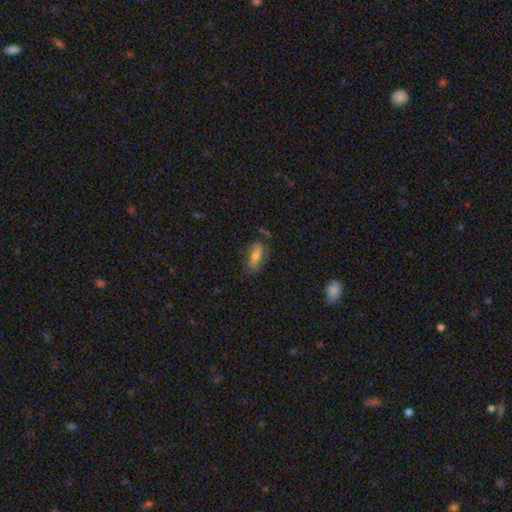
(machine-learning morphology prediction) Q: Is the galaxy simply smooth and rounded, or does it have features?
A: smooth — 64%.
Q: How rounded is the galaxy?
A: in between — 74%.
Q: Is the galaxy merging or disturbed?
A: none — 67%.